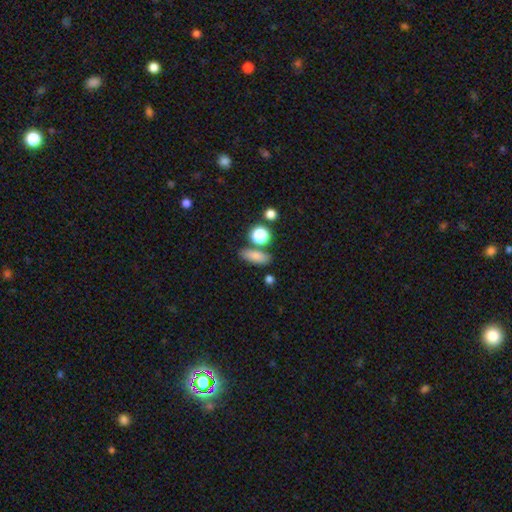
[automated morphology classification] smooth_or_featured: smooth (p=0.78) [alt: star or artifact p=0.12]
how_rounded: in between (p=0.66) [alt: cigar-shaped p=0.22]
merging: none (p=0.75) [alt: minor disturbance p=0.12]